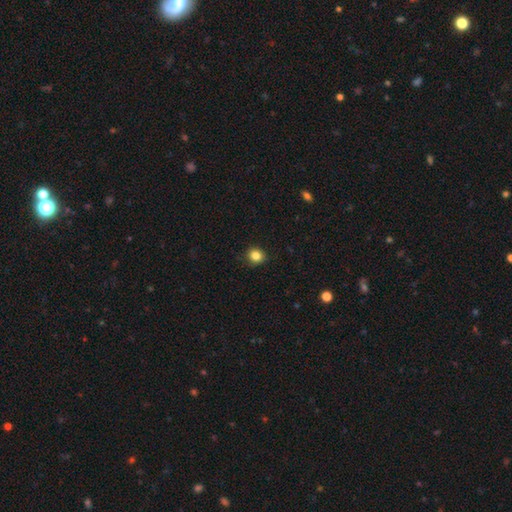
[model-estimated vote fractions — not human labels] Smooth or featured?
  - smooth: 84% *
  - star or artifact: 11%
  - featured or disk: 5%
How rounded?
  - round: 82% *
  - in between: 17%
  - cigar-shaped: 1%
Merging?
  - none: 88% *
  - minor disturbance: 9%
  - major disturbance: 2%
  - merger: 1%